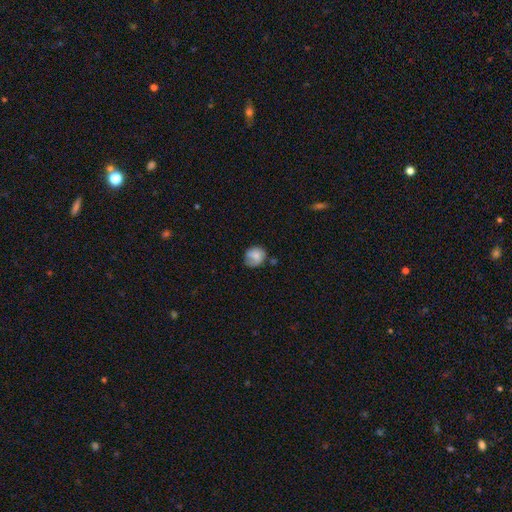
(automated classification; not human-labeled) smooth 66%, featured or disk 26%, star or artifact 8%. Down the decision tree: how rounded — round (71%); merging — none (55%).